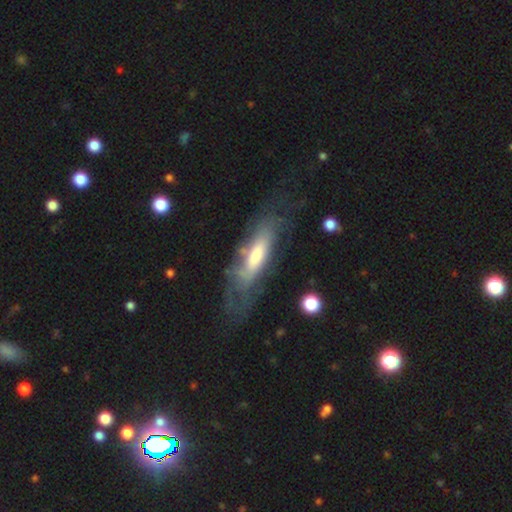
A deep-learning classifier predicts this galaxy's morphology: Smooth or featured? featured or disk (55%)
Edge-on disk? no (65%)
Merging? none (51%)